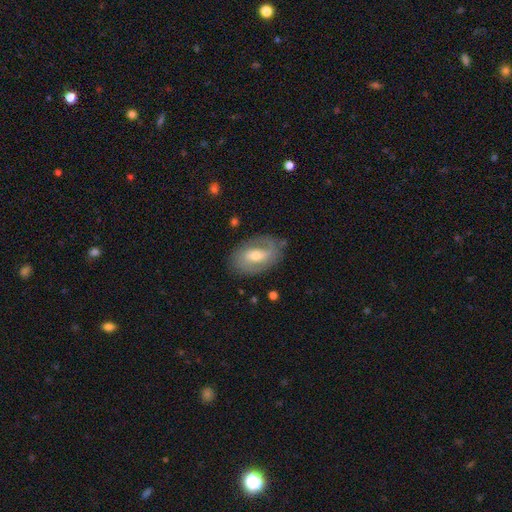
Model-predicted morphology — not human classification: This appears to be a featured or disk galaxy (67%) with a weak bar (45%), spiral arms (74%) and a moderate central bulge (61%). Merging: none (79%).